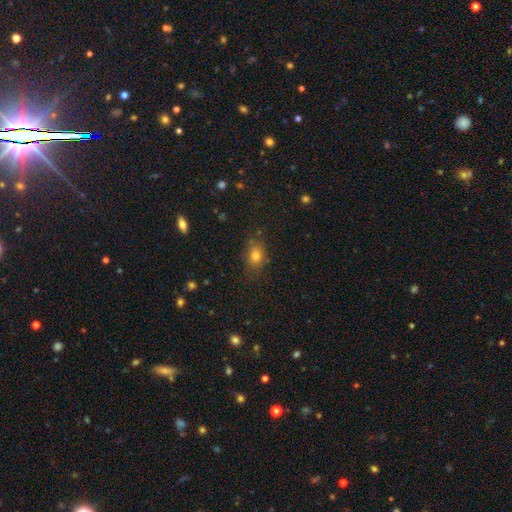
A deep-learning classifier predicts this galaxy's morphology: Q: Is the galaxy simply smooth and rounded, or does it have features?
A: smooth — 75%.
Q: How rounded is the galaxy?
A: in between — 55%.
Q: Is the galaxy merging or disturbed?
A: none — 76%.